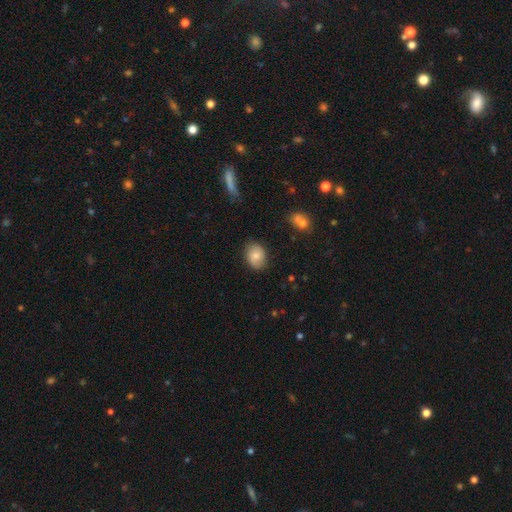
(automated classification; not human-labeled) smooth 76%, featured or disk 16%, star or artifact 8%. Down the decision tree: how rounded — in between (62%); merging — none (82%).